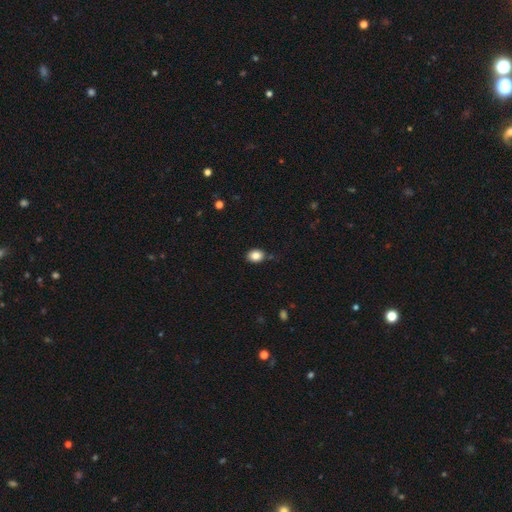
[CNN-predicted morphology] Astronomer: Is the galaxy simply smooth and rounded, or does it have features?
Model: smooth — 85%.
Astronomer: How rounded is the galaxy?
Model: in between — 70%.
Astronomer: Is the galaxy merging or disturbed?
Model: none — 83%.